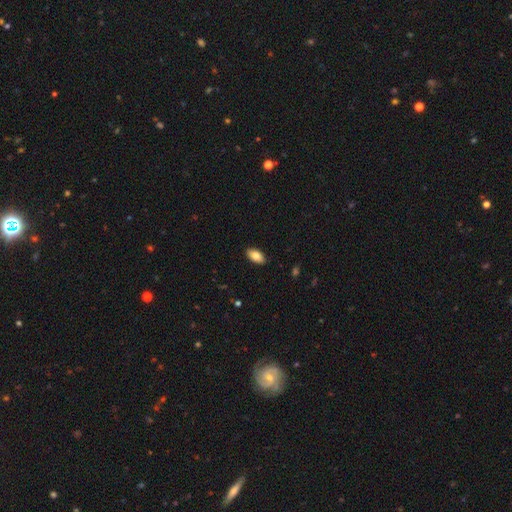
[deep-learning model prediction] Smooth or featured? smooth (82%)
How rounded? in between (94%)
Merging? none (90%)